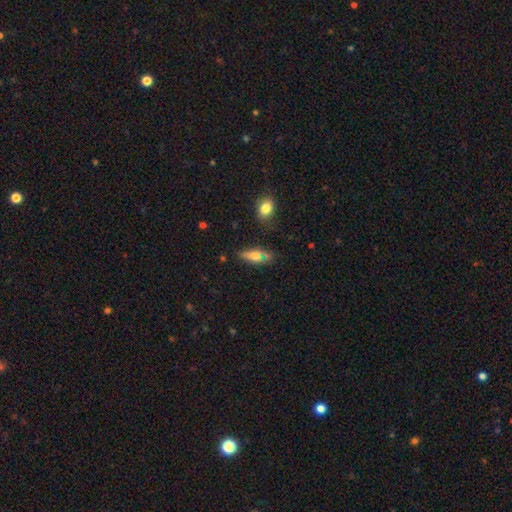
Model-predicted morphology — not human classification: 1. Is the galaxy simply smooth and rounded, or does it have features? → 58% smooth, 30% featured or disk, 11% star or artifact.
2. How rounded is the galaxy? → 63% in between, 33% cigar-shaped, 5% round.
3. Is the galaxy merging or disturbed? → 64% none, 21% minor disturbance, 8% major disturbance, 7% merger.